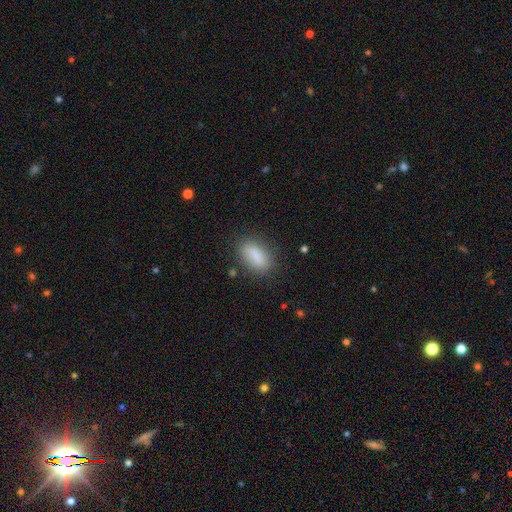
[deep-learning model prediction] smooth-or-featured: smooth: 84% | featured or disk: 8% | star or artifact: 8%
  how-rounded: in between: 82% | cigar-shaped: 12% | round: 6%
  merging: none: 80% | minor disturbance: 14% | major disturbance: 4% | merger: 2%